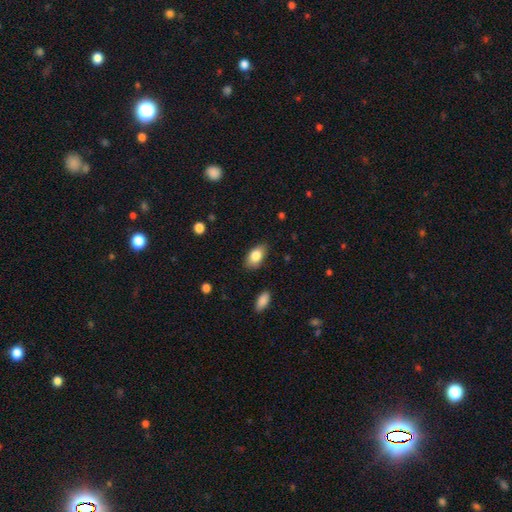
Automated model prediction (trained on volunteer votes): Overall: smooth (83%). How rounded: in between (91%). Merging: none (81%).